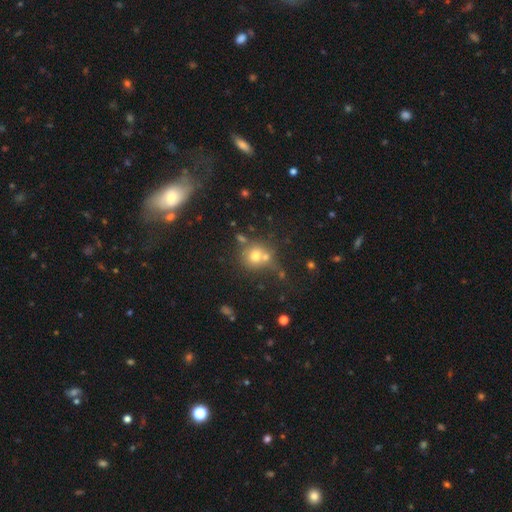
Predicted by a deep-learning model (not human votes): Smooth or featured?
  - smooth: 68% *
  - star or artifact: 17%
  - featured or disk: 16%
How rounded?
  - round: 86% *
  - in between: 13%
  - cigar-shaped: 1%
Merging?
  - none: 51% *
  - merger: 33%
  - minor disturbance: 11%
  - major disturbance: 6%